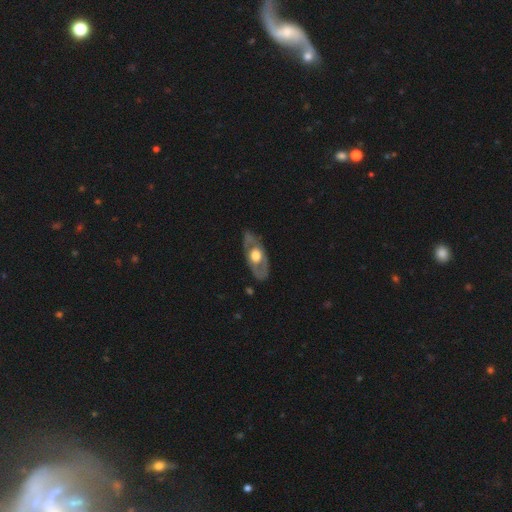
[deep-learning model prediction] A featured or disk galaxy (65%) with no bar (86%), no spiral arms (76%) and a moderate central bulge (48%).

Vote fractions:
- Smooth or featured? featured or disk: 65% / smooth: 30% / star or artifact: 4%
- Edge-on disk? no: 77% / yes: 23%
- Bar? no: 86% / weak: 11% / strong: 3%
- Spiral arms? no: 76% / yes: 24%
- Bulge size? moderate: 48% / large: 46% / small: 3% / dominant: 3% / none: 1%
- Merging? none: 76% / minor disturbance: 17% / major disturbance: 6% / merger: 1%